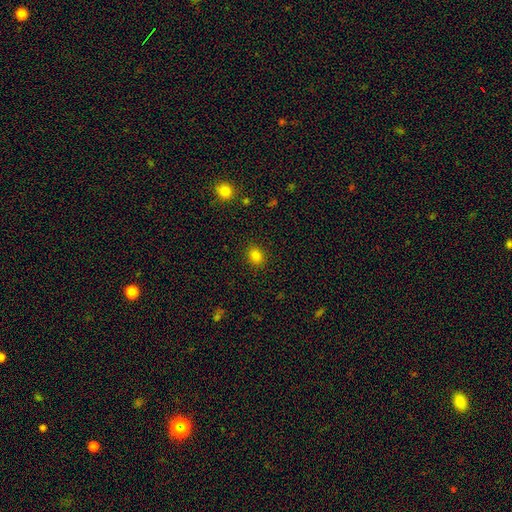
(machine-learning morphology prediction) A smooth galaxy with no disk features (82%) that is round (61%). Merging: none (89%).